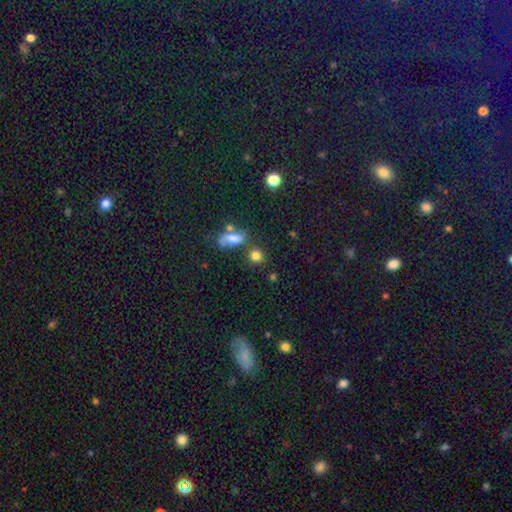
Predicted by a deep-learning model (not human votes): A smooth galaxy with no disk features (79%) that is round (81%).

Vote fractions:
- Smooth or featured? smooth: 79% / star or artifact: 13% / featured or disk: 8%
- How rounded? round: 81% / in between: 16% / cigar-shaped: 2%
- Merging? none: 69% / merger: 15% / minor disturbance: 11% / major disturbance: 5%